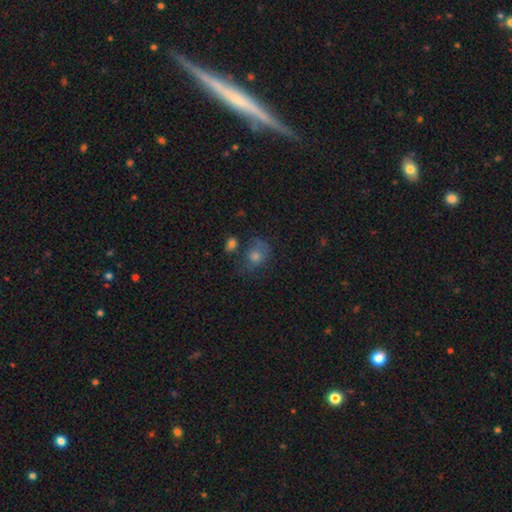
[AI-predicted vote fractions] smooth-or-featured: smooth: 59% | featured or disk: 22% | star or artifact: 19%
  how-rounded: round: 61% | in between: 38% | cigar-shaped: 1%
  merging: none: 48% | minor disturbance: 24% | major disturbance: 17% | merger: 11%